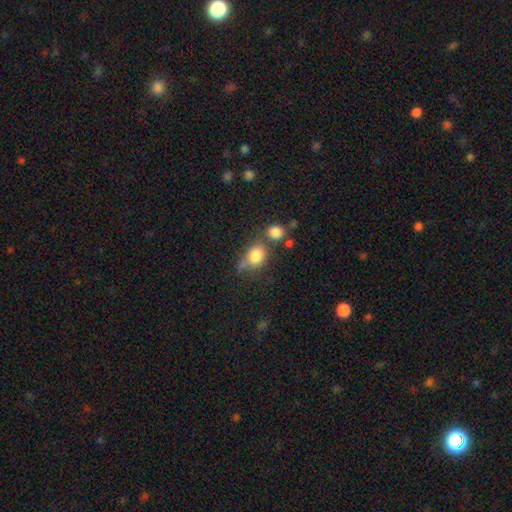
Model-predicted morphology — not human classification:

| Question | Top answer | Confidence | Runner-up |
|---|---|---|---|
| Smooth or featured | smooth | 80% | star or artifact (10%) |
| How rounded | in between | 55% | round (42%) |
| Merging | none | 42% | merger (26%) |